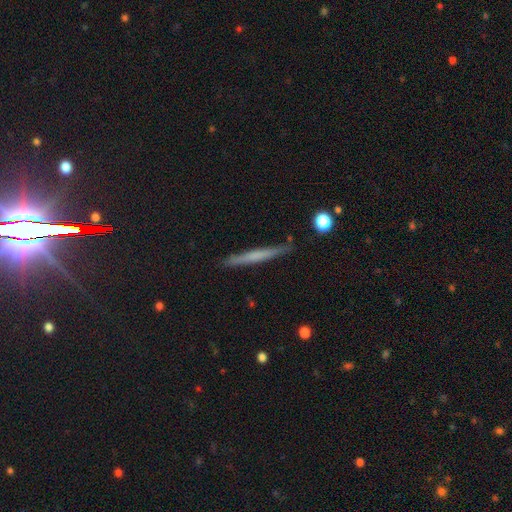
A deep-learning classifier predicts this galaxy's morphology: Smooth or featured? smooth (51%)
How rounded? cigar-shaped (96%)
Merging? none (87%)